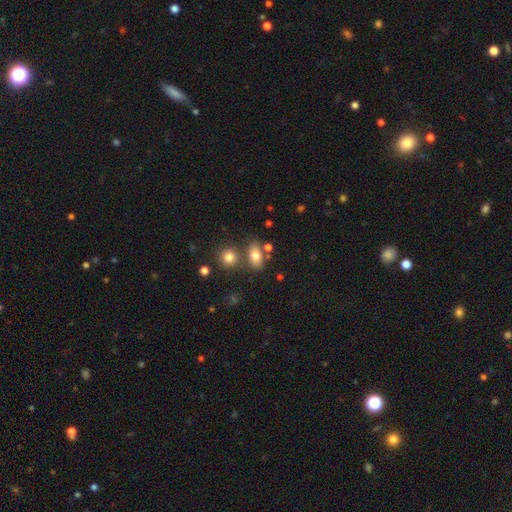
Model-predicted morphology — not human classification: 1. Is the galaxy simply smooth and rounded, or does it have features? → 77% smooth, 12% featured or disk, 11% star or artifact.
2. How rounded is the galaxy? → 84% in between, 13% round, 4% cigar-shaped.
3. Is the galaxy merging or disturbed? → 65% none, 19% merger, 12% minor disturbance, 4% major disturbance.